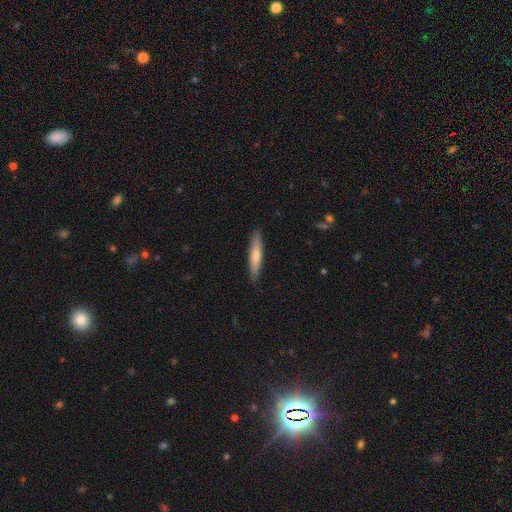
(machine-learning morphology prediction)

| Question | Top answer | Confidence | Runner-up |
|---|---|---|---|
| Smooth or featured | smooth | 67% | featured or disk (28%) |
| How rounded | cigar-shaped | 89% | in between (10%) |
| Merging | none | 89% | minor disturbance (8%) |